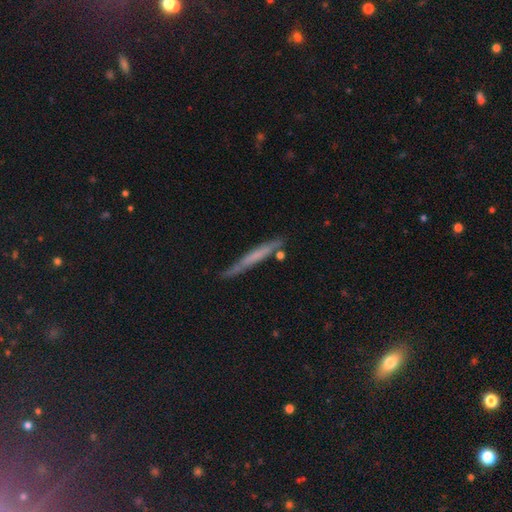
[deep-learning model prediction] Q: Smooth or featured?
A: featured or disk (47%); runner-up: smooth (46%)
Q: Merging?
A: none (78%); runner-up: minor disturbance (15%)